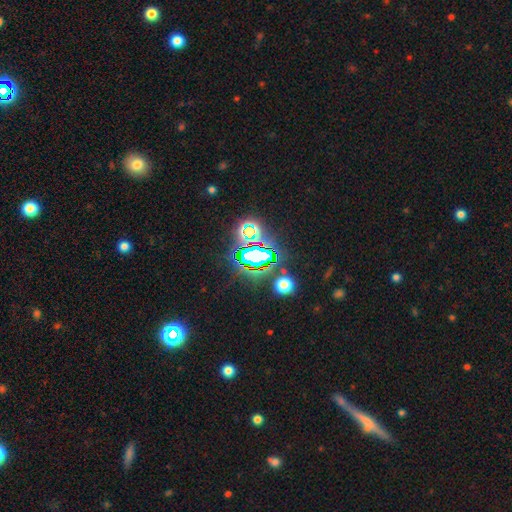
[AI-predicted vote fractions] A star or artifact, not a galaxy (74%).